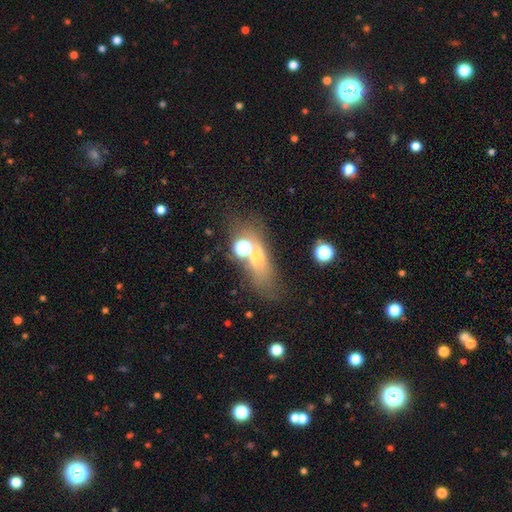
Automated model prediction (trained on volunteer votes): Smooth or featured? Predicted: smooth (p=0.50). How rounded? Predicted: in between (p=0.58). Merging? Predicted: none (p=0.46).